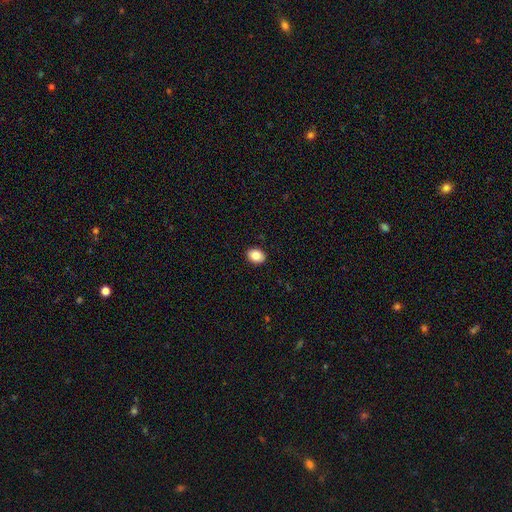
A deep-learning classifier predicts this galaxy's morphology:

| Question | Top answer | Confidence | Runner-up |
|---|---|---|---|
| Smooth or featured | smooth | 86% | star or artifact (8%) |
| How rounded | in between | 59% | round (40%) |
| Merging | none | 91% | minor disturbance (7%) |